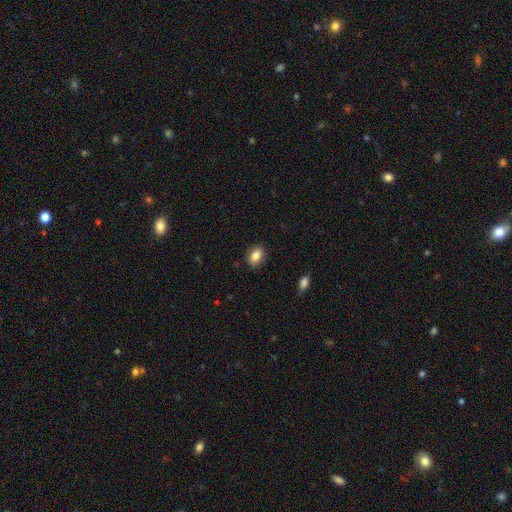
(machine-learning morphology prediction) type=smooth (84%); roundness=in between (77%); merging=none (87%).